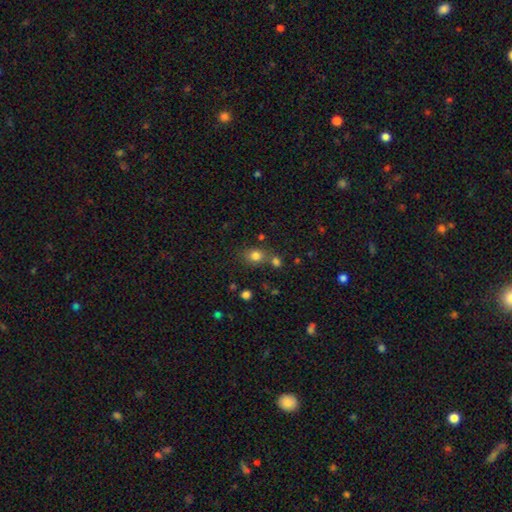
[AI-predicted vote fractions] The model was most divided on "how rounded": round: 59%, in between: 40%, cigar-shaped: 1%. More confident: smooth or featured — smooth (79%); merging — none (61%).